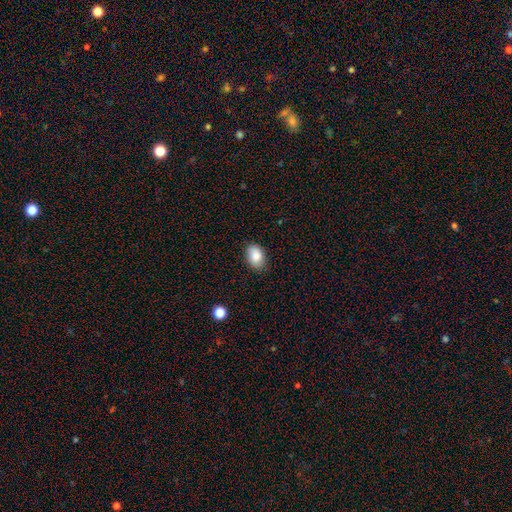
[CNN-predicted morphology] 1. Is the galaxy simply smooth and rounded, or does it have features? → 87% smooth, 7% star or artifact, 5% featured or disk.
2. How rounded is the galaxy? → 85% in between, 13% round, 1% cigar-shaped.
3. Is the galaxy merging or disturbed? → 84% none, 13% minor disturbance, 3% major disturbance, 1% merger.